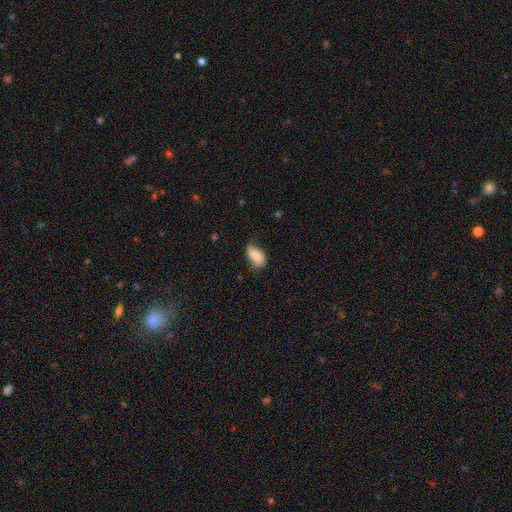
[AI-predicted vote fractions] This appears to be a smooth galaxy with no disk features (76%) that is in between round and cigar-shaped (92%). Merging: none (61%).